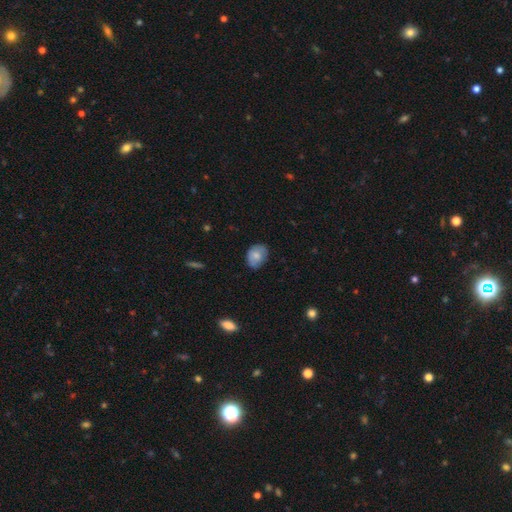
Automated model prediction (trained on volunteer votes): Smooth or featured: smooth — 77% (featured or disk — 16%)
How rounded: in between — 64% (round — 35%)
Merging: none — 66% (minor disturbance — 28%)